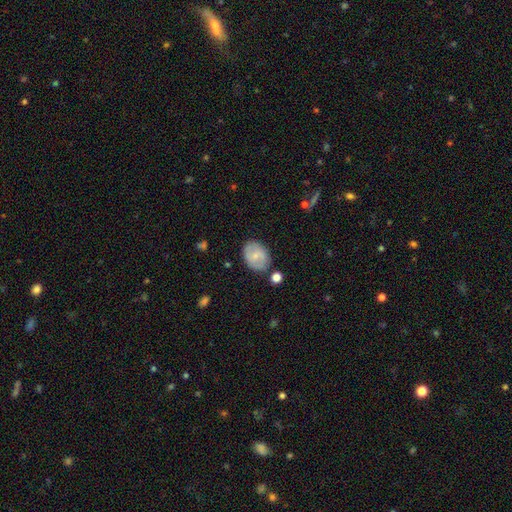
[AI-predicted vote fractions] The model was most divided on "smooth or featured": smooth: 62%, featured or disk: 31%, star or artifact: 7%. More confident: merging — none (75%); how rounded — in between (68%).